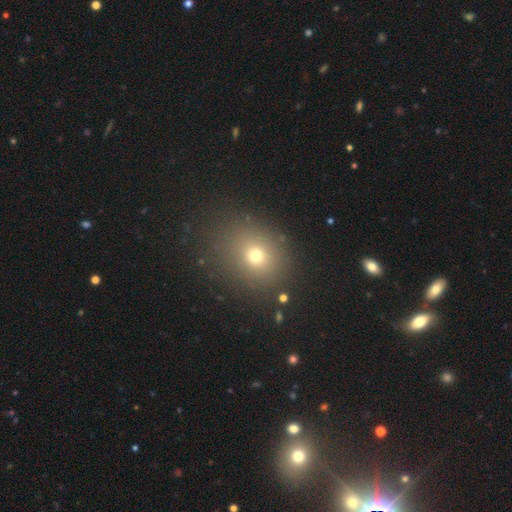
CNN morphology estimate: smooth_or_featured: smooth (p=0.68) [alt: star or artifact p=0.21]
how_rounded: round (p=0.62) [alt: in between p=0.37]
merging: none (p=0.82) [alt: minor disturbance p=0.10]